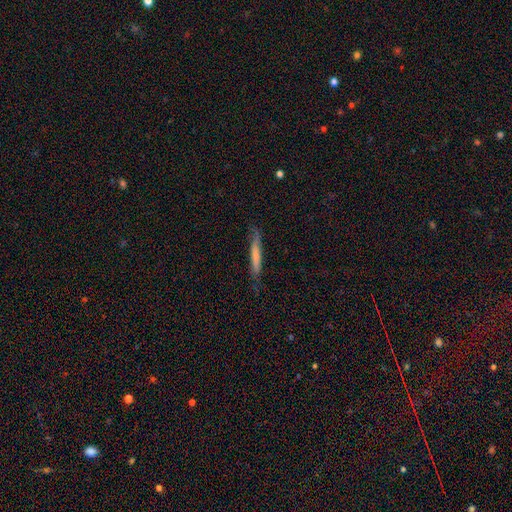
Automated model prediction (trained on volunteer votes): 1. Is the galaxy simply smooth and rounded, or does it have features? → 61% smooth, 33% featured or disk, 6% star or artifact.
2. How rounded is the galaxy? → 95% cigar-shaped, 4% in between, 1% round.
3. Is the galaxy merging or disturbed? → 74% none, 20% minor disturbance, 4% major disturbance, 2% merger.